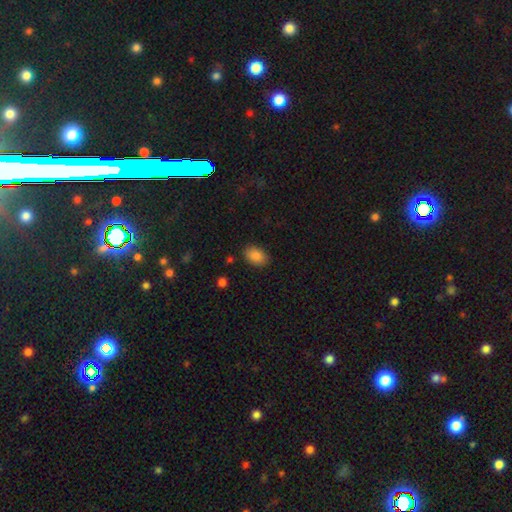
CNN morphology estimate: A smooth galaxy with no disk features (87%) that is in between round and cigar-shaped (86%).

Vote fractions:
- Smooth or featured? smooth: 87% / star or artifact: 8% / featured or disk: 6%
- How rounded? in between: 86% / round: 13% / cigar-shaped: 1%
- Merging? none: 86% / minor disturbance: 10% / major disturbance: 2% / merger: 1%